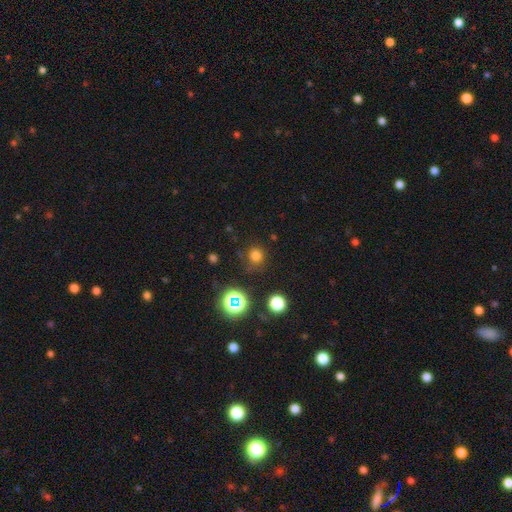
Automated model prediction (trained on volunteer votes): smooth-or-featured: smooth: 72% | star or artifact: 22% | featured or disk: 5%
  how-rounded: round: 92% | in between: 7% | cigar-shaped: 1%
  merging: none: 80% | minor disturbance: 12% | major disturbance: 5% | merger: 3%